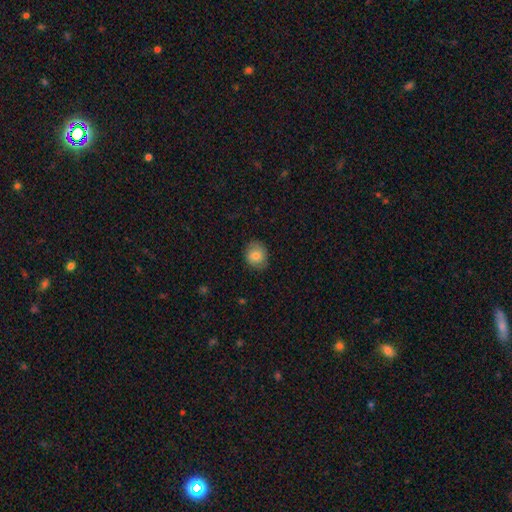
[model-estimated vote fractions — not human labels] A smooth galaxy with no disk features (80%) that is round (63%). Merging: none (80%).